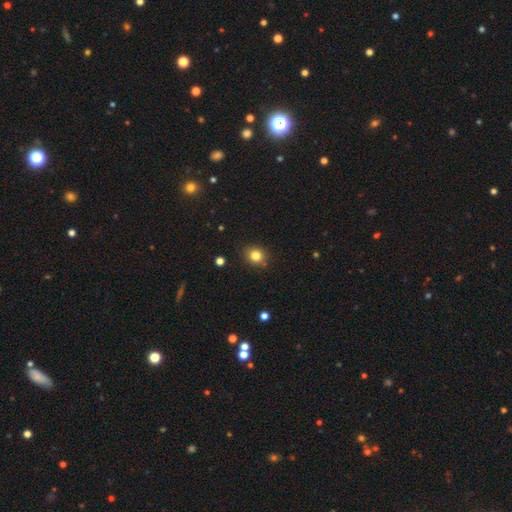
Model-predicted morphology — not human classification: Smooth or featured? Predicted: smooth (p=0.82). How rounded? Predicted: round (p=0.76). Merging? Predicted: none (p=0.86).